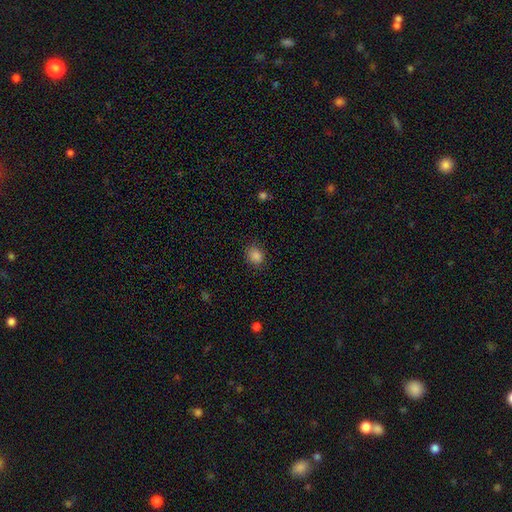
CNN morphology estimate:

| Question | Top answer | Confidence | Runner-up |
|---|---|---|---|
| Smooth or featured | smooth | 85% | star or artifact (11%) |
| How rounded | round | 65% | in between (34%) |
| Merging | none | 84% | minor disturbance (12%) |